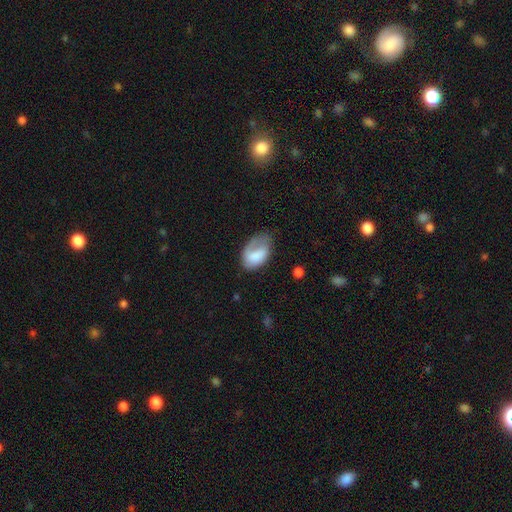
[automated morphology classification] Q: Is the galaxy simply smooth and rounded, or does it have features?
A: smooth — 69%.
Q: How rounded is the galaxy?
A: in between — 90%.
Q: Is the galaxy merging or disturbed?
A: none — 37%.